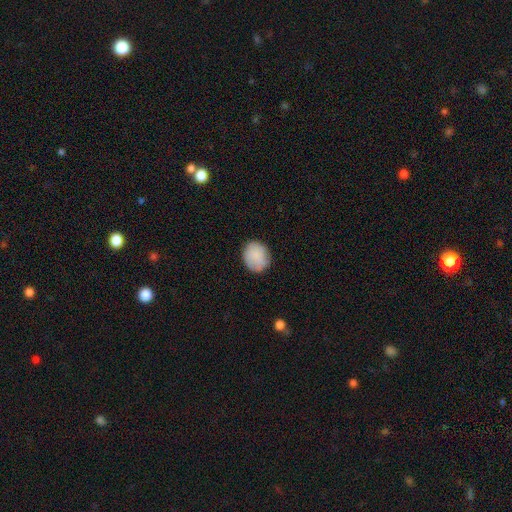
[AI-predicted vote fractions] Morphology: type=smooth (86%); roundness=round (68%); merging=none (82%).